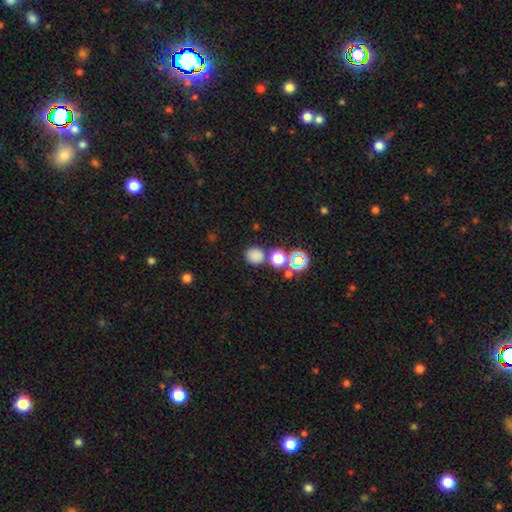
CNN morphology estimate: Smooth or featured? smooth (77%)
How rounded? round (89%)
Merging? none (75%)